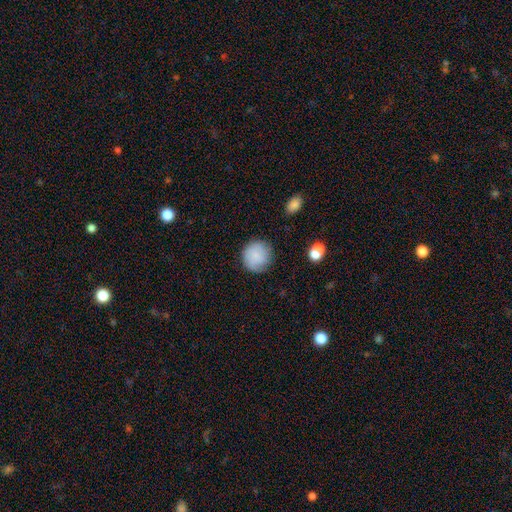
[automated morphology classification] Q: Smooth or featured?
A: smooth (79%); runner-up: featured or disk (13%)
Q: How rounded?
A: round (93%); runner-up: in between (6%)
Q: Merging?
A: none (79%); runner-up: minor disturbance (15%)